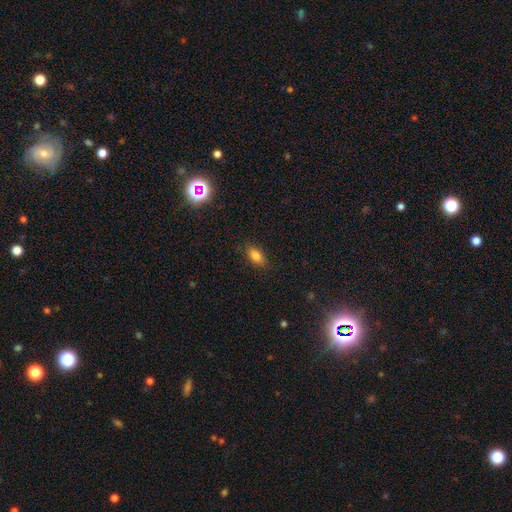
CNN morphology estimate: type=smooth (83%); roundness=in between (86%); merging=none (84%).